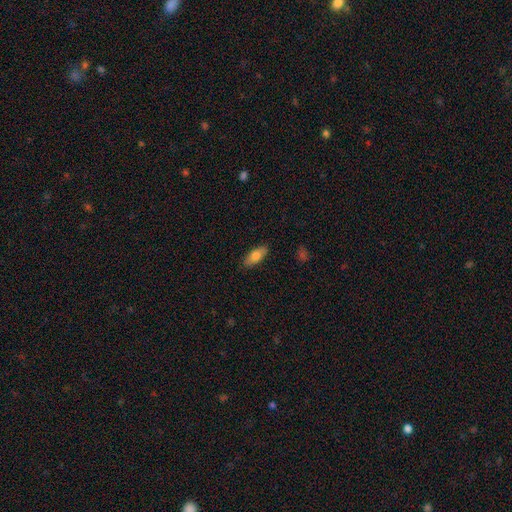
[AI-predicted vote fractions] smooth 76%, featured or disk 18%, star or artifact 6%. Down the decision tree: how rounded — in between (80%); merging — none (86%).